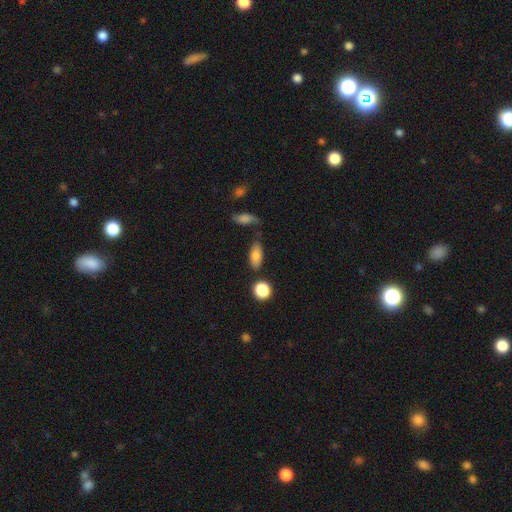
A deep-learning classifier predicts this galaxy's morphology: This is clearly a smooth galaxy (81%). How rounded: clearly in between (83%). Merging: likely none (68%).